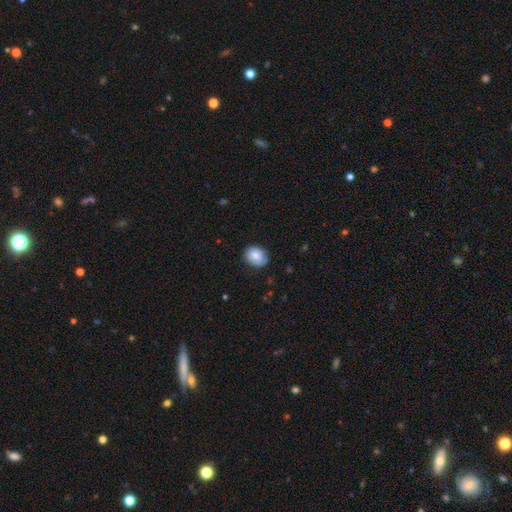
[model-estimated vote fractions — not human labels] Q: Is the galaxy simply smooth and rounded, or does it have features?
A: smooth — 81%.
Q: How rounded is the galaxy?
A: in between — 51%.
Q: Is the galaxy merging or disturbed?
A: none — 79%.